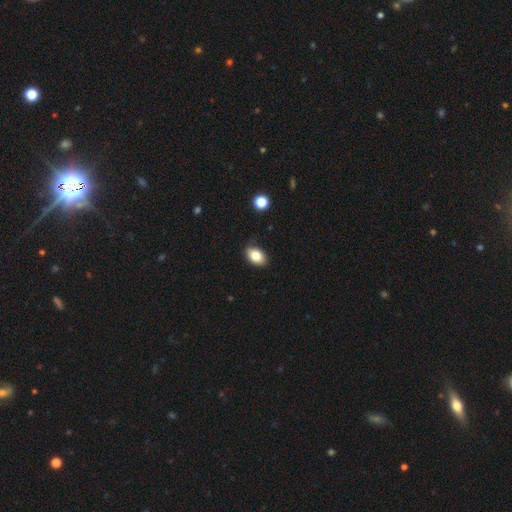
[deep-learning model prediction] Smooth or featured?
  - smooth: 83% *
  - featured or disk: 9%
  - star or artifact: 9%
How rounded?
  - in between: 86% *
  - round: 12%
  - cigar-shaped: 1%
Merging?
  - none: 84% *
  - minor disturbance: 12%
  - major disturbance: 2%
  - merger: 1%